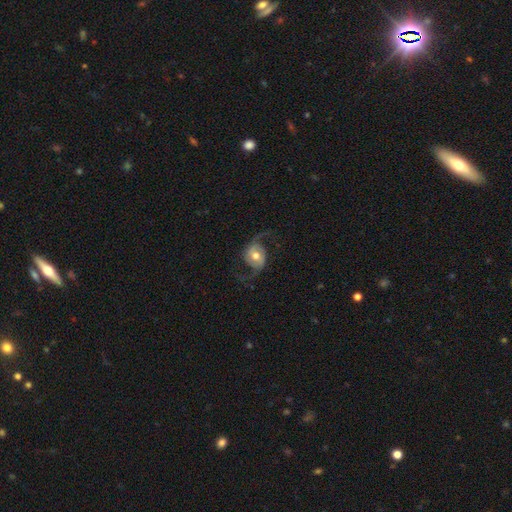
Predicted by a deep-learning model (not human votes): smooth_or_featured: featured or disk (p=0.86) [alt: smooth p=0.09]
disk_edge_on: no (p=0.97) [alt: yes p=0.03]
bar: no (p=0.53) [alt: weak p=0.33]
has_spiral_arms: yes (p=0.96) [alt: no p=0.04]
spiral_winding: loose (p=0.70) [alt: medium p=0.24]
spiral_arm_count: 2 (p=0.94) [alt: 1 p=0.02]
bulge_size: moderate (p=0.74) [alt: small p=0.12]
merging: none (p=0.73) [alt: minor disturbance p=0.13]